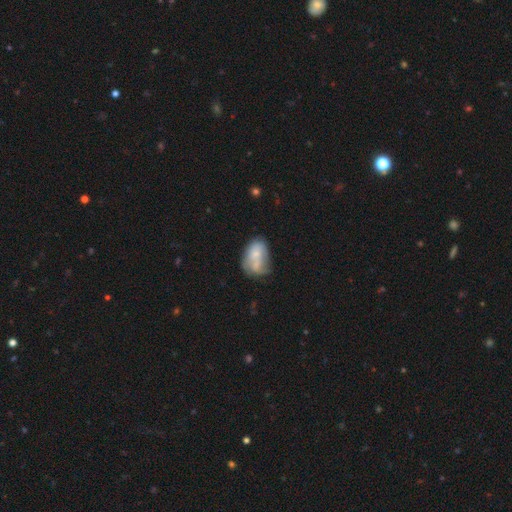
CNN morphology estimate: This is possibly a smooth galaxy (55%). How rounded: clearly in between (83%). Merging: marginally none (30%, tied with merger).